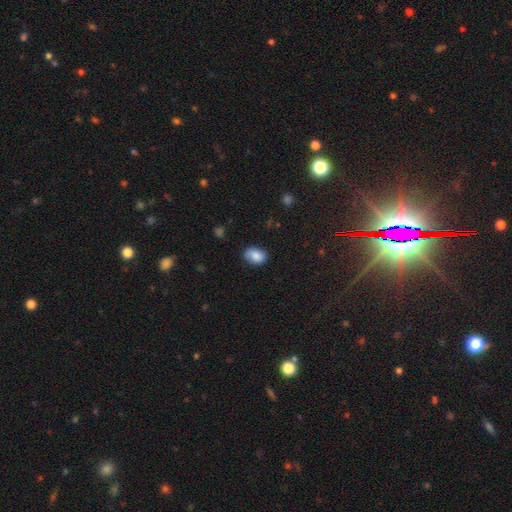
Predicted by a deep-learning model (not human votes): Q: Smooth or featured?
A: smooth (85%); runner-up: star or artifact (8%)
Q: How rounded?
A: in between (76%); runner-up: round (23%)
Q: Merging?
A: none (81%); runner-up: minor disturbance (15%)